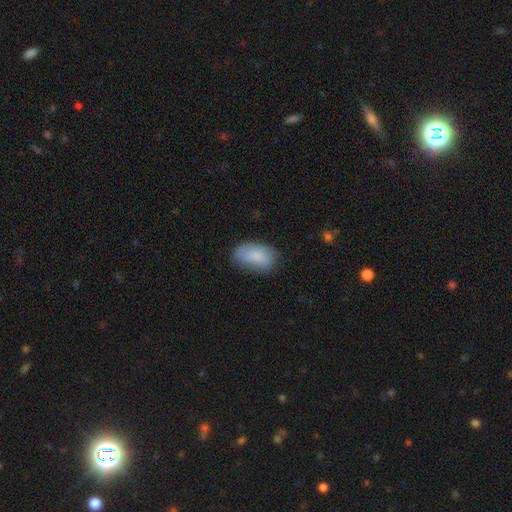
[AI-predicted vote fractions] Smooth or featured: smooth — 81% (featured or disk — 12%)
How rounded: in between — 92% (round — 6%)
Merging: none — 68% (minor disturbance — 25%)